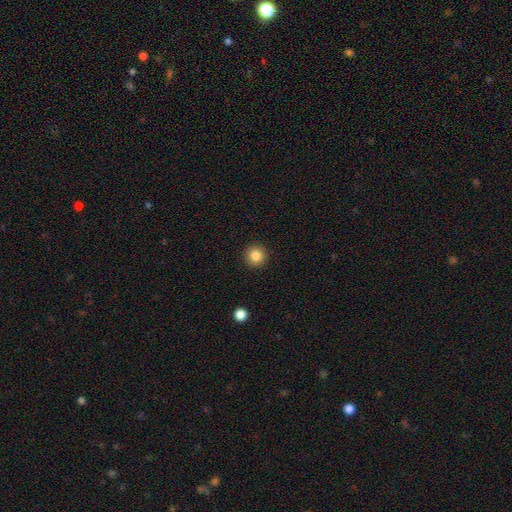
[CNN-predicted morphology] Q: Smooth or featured?
A: smooth (83%); runner-up: star or artifact (11%)
Q: How rounded?
A: round (94%); runner-up: in between (5%)
Q: Merging?
A: none (92%); runner-up: minor disturbance (5%)